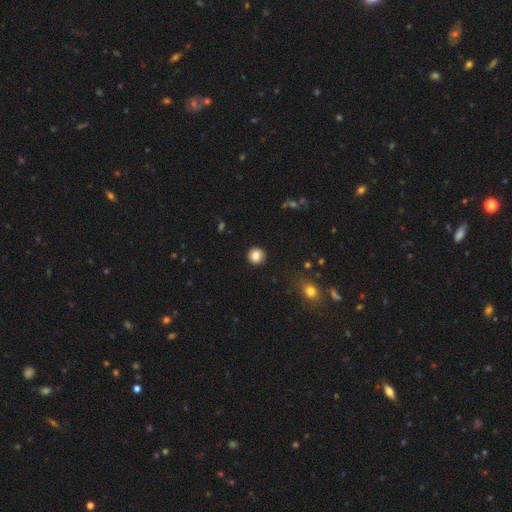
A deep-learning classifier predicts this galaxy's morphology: Smooth or featured: smooth — 84% (star or artifact — 10%)
How rounded: round — 90% (in between — 9%)
Merging: none — 88% (minor disturbance — 8%)